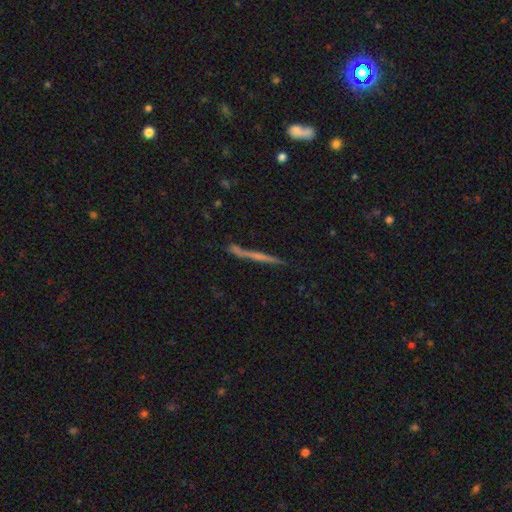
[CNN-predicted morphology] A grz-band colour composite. It shows a featured or disk galaxy (57%) viewed edge-on (96%) with no central bulge (76%). Merging: none (84%).